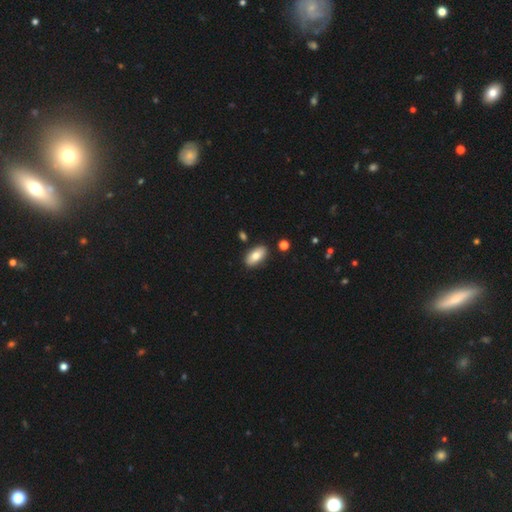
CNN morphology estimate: This is likely a smooth galaxy (79%). How rounded: clearly in between (92%). Merging: clearly none (86%).